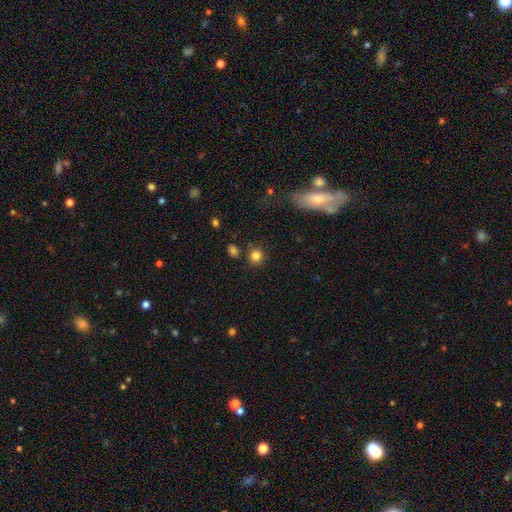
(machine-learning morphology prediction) This is clearly a smooth galaxy (83%). How rounded: clearly round (89%). Merging: clearly none (83%).